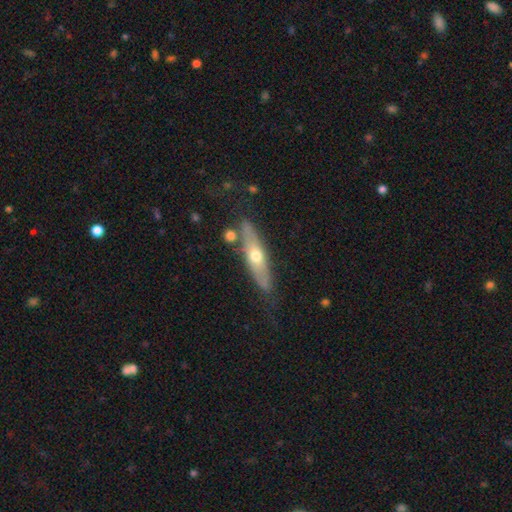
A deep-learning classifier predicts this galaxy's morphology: Smooth or featured: featured or disk — 53% (smooth — 41%)
Edge-on disk: yes — 70% (no — 30%)
Merging: none — 76% (minor disturbance — 15%)